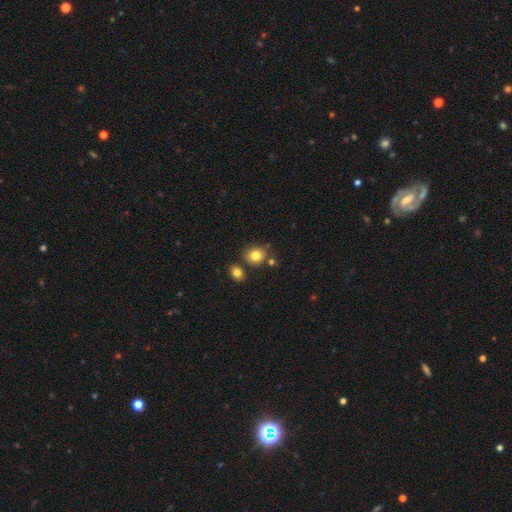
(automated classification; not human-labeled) Smooth or featured: smooth — 82% (star or artifact — 11%)
How rounded: round — 73% (in between — 27%)
Merging: none — 73% (merger — 12%)